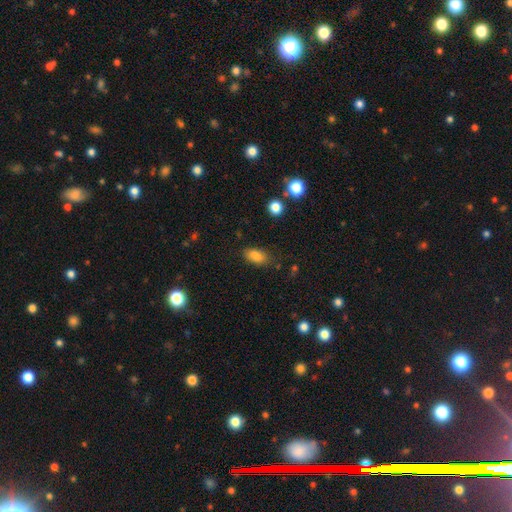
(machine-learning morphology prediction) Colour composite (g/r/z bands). It shows a smooth galaxy with no disk features (83%) that is in between round and cigar-shaped (88%). Merging: none (73%).